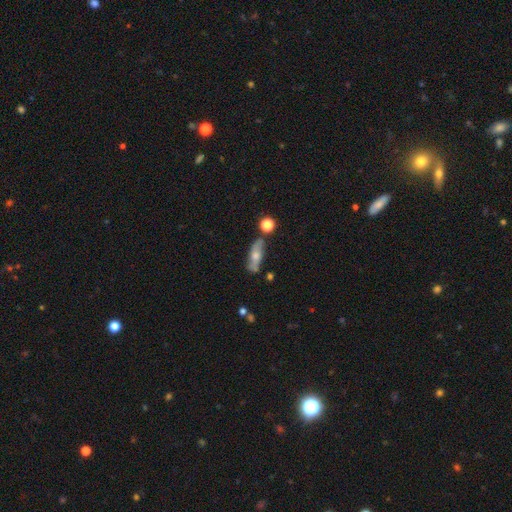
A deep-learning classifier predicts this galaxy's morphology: smooth_or_featured: featured or disk (p=0.48) [alt: smooth p=0.44]
merging: none (p=0.70) [alt: minor disturbance p=0.18]